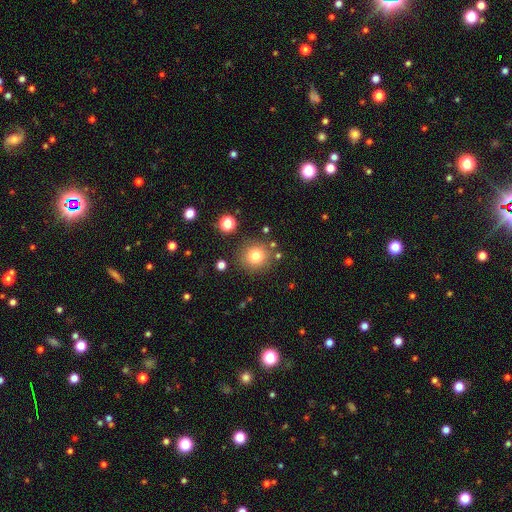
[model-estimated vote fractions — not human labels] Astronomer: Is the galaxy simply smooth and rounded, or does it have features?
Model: smooth — 78%.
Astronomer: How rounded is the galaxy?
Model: round — 93%.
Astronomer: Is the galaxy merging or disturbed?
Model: none — 84%.